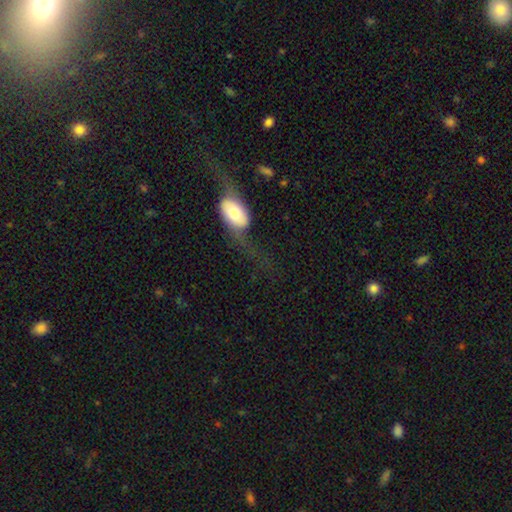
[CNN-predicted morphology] A featured or disk galaxy (69%). Merging: none (54%).